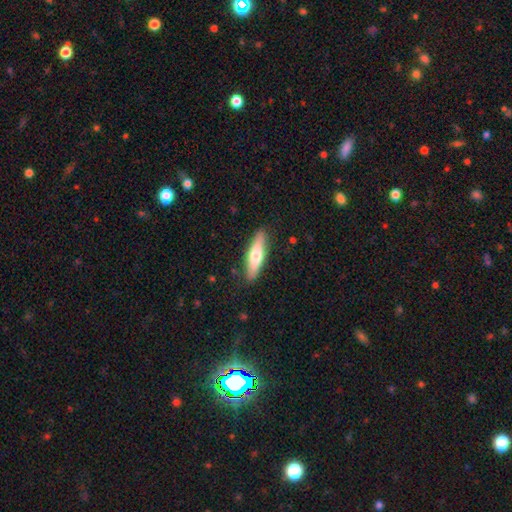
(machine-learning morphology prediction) type=smooth (60%); roundness=cigar-shaped (69%); merging=none (88%).